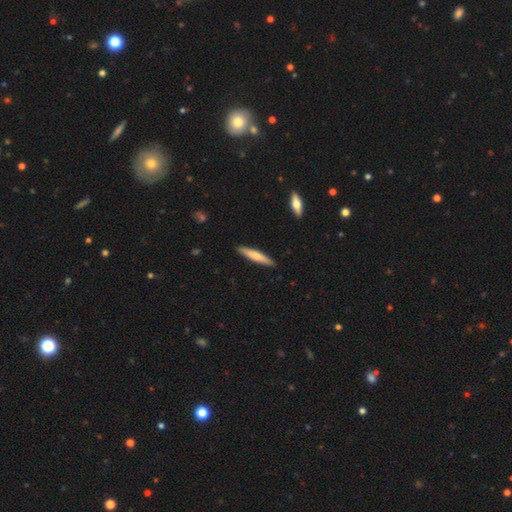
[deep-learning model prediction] The model was most divided on "smooth or featured": smooth: 66%, featured or disk: 28%, star or artifact: 5%. More confident: how rounded — cigar-shaped (90%); merging — none (90%).